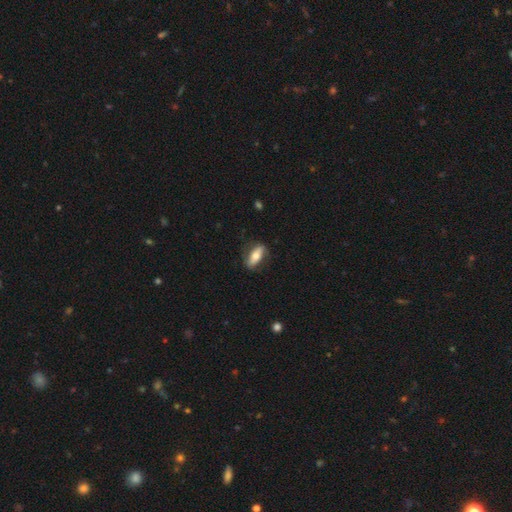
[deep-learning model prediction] smooth-or-featured: smooth: 56% | featured or disk: 38% | star or artifact: 6%
  how-rounded: in between: 72% | cigar-shaped: 23% | round: 4%
  merging: none: 75% | minor disturbance: 18% | major disturbance: 6% | merger: 1%